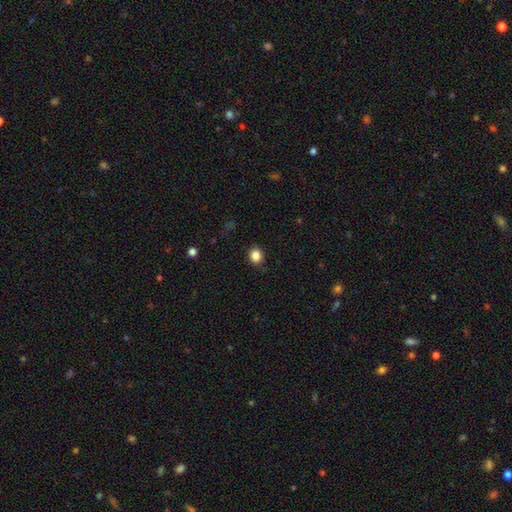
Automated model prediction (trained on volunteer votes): Overall: smooth (85%). How rounded: round (70%). Merging: none (88%).